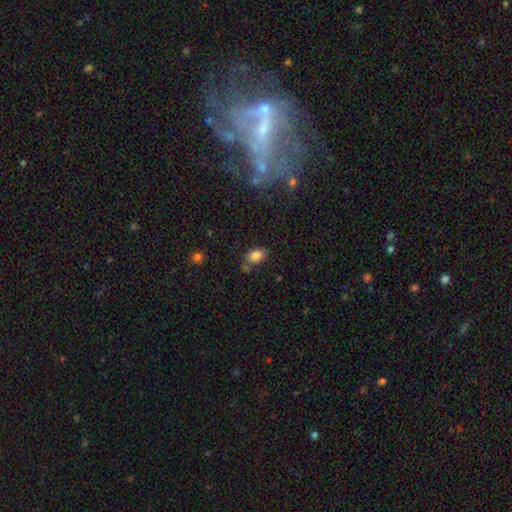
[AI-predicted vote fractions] This appears to be a smooth galaxy with no disk features (84%) that is in between round and cigar-shaped (86%). Merging: none (73%).